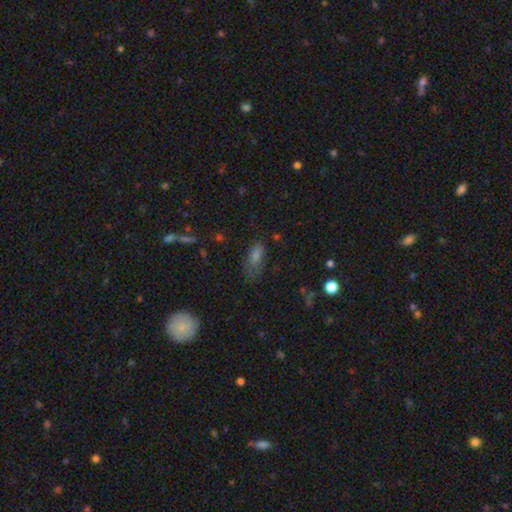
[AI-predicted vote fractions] A smooth galaxy with no disk features (65%) that is in between round and cigar-shaped (76%).

Vote fractions:
- Smooth or featured? smooth: 65% / star or artifact: 20% / featured or disk: 15%
- How rounded? in between: 76% / cigar-shaped: 17% / round: 7%
- Merging? none: 54% / minor disturbance: 28% / major disturbance: 15% / merger: 3%